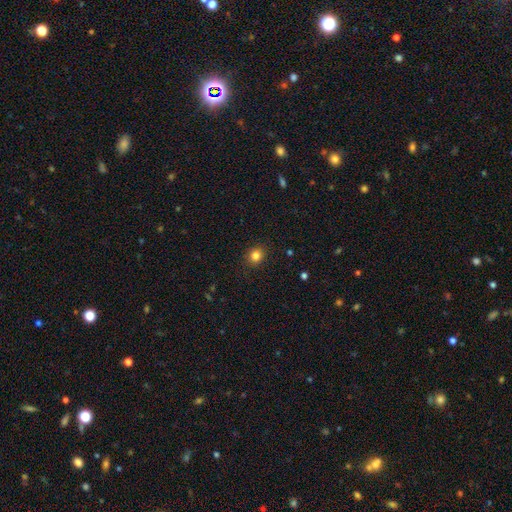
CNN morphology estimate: Smooth or featured: smooth — 83% (star or artifact — 12%)
How rounded: round — 73% (in between — 27%)
Merging: none — 90% (minor disturbance — 7%)